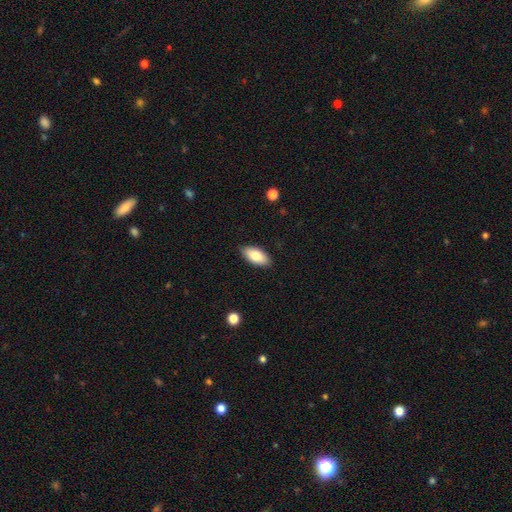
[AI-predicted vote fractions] smooth-or-featured: smooth: 82% | featured or disk: 12% | star or artifact: 6%
  how-rounded: in between: 92% | cigar-shaped: 5% | round: 2%
  merging: none: 88% | minor disturbance: 9% | major disturbance: 2% | merger: 1%